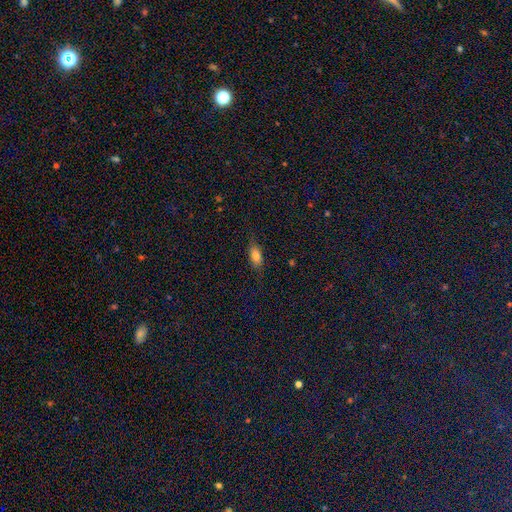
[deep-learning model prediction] Smooth or featured: smooth — 78% (featured or disk — 12%)
How rounded: in between — 82% (cigar-shaped — 13%)
Merging: none — 79% (minor disturbance — 15%)